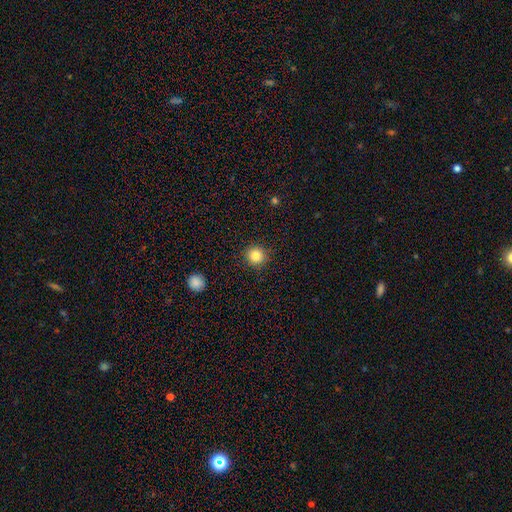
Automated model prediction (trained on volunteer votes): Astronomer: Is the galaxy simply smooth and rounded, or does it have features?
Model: smooth — 84%.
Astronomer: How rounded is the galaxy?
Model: round — 94%.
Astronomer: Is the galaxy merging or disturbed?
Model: none — 92%.